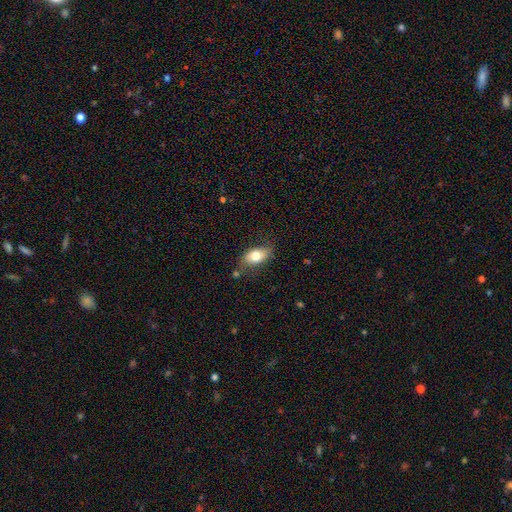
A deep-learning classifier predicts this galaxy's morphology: Q: Smooth or featured?
A: smooth (73%); runner-up: featured or disk (20%)
Q: How rounded?
A: in between (90%); runner-up: round (6%)
Q: Merging?
A: none (70%); runner-up: minor disturbance (21%)